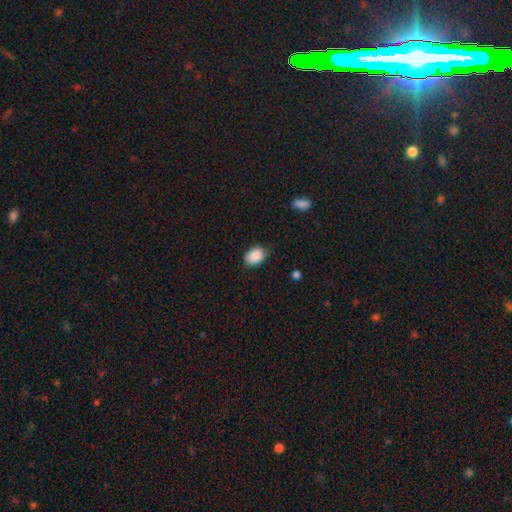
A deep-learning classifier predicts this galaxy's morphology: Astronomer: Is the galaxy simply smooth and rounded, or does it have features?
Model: smooth — 89%.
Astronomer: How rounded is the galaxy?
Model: in between — 81%.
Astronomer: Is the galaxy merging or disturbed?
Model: none — 76%.